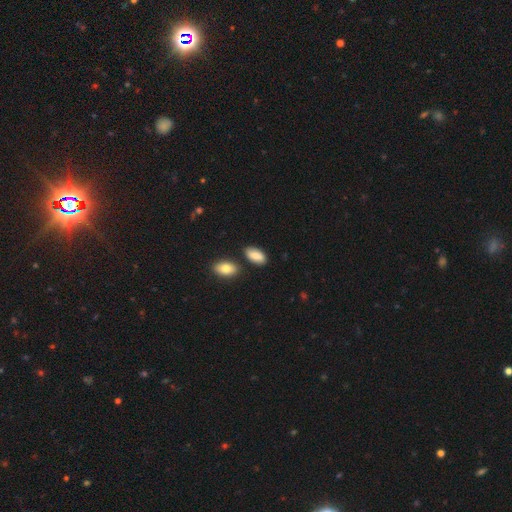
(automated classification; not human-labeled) Overall: smooth (83%). How rounded: in between (92%). Merging: none (79%).